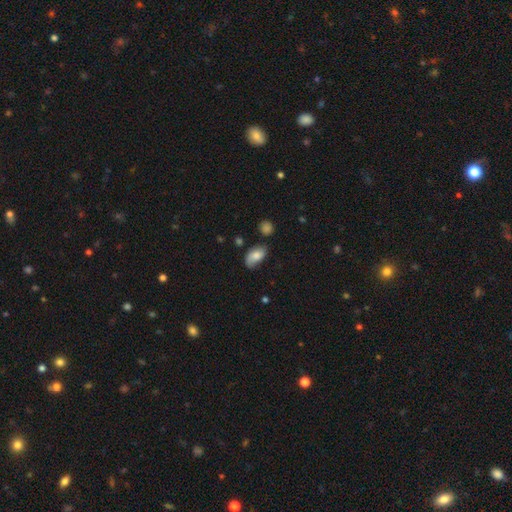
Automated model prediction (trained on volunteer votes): Smooth or featured: smooth — 71% (featured or disk — 21%)
How rounded: in between — 92% (round — 5%)
Merging: none — 56% (minor disturbance — 31%)